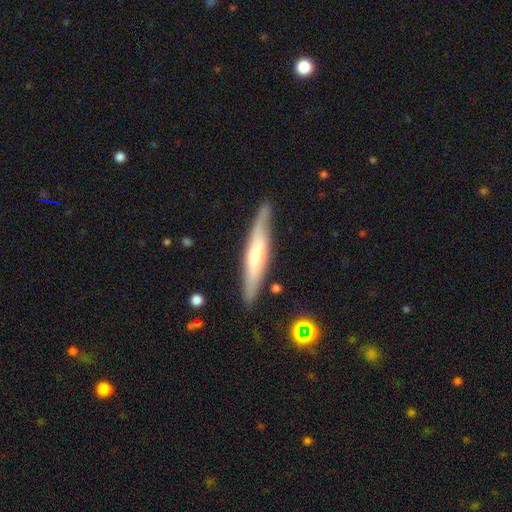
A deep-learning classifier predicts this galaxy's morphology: A featured or disk galaxy (64%) viewed edge-on (90%) with a rounded central bulge (67%). Merging: none (80%).